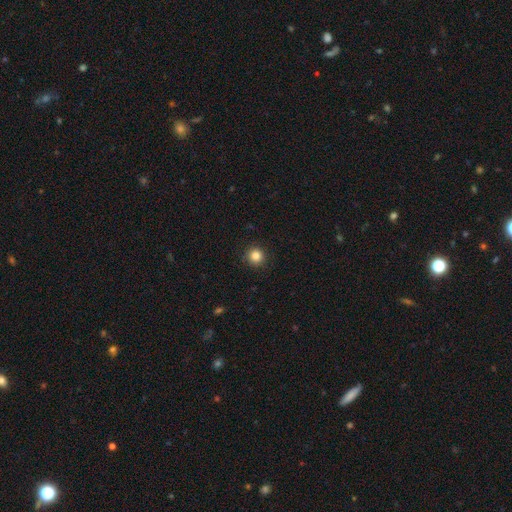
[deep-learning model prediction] This is clearly a smooth galaxy (84%). How rounded: clearly round (95%). Merging: clearly none (91%).